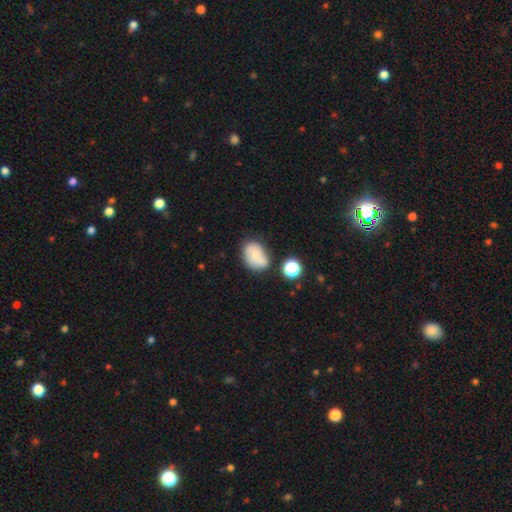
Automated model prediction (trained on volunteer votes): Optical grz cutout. It shows a smooth galaxy with no disk features (67%) that is in between round and cigar-shaped (74%). Merging: none (54%).